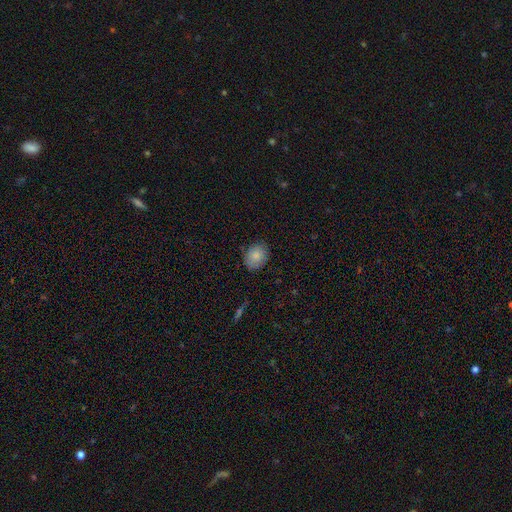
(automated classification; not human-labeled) Morphology: type=smooth (83%); roundness=in between (50%); merging=none (81%).